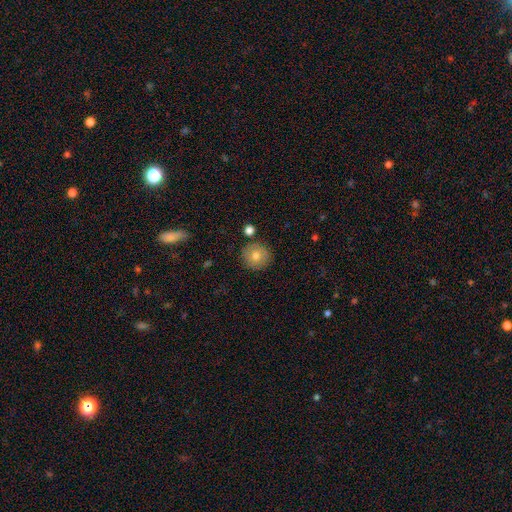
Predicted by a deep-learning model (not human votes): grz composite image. It shows a smooth galaxy with no disk features (72%) that is round (94%). Merging: none (87%).